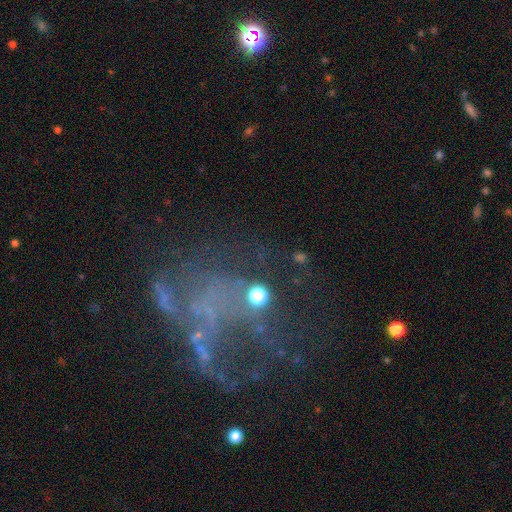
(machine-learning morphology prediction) The model was most divided on "merging": major disturbance: 42%, none: 35%, minor disturbance: 12%, merger: 11%. More confident: edge-on disk — no (97%); bar — no (90%); spiral arms — no (82%); bulge size — none (75%); smooth or featured — featured or disk (54%).